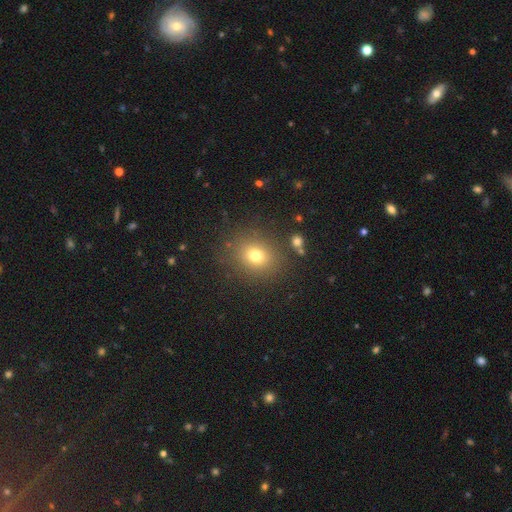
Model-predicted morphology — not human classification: smooth-or-featured: smooth: 75% | star or artifact: 15% | featured or disk: 10%
  how-rounded: round: 65% | in between: 34% | cigar-shaped: 1%
  merging: none: 84% | minor disturbance: 9% | major disturbance: 4% | merger: 3%